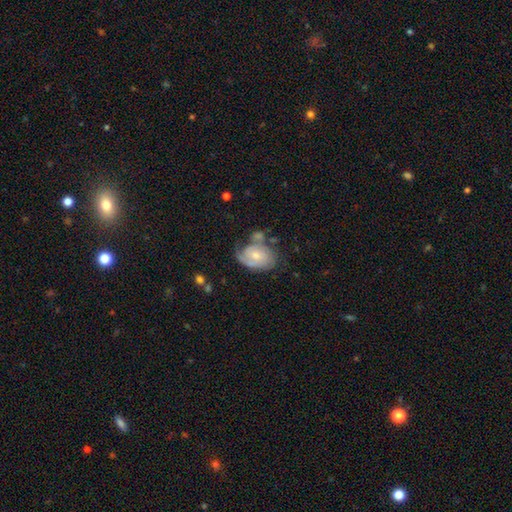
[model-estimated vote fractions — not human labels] Overall: featured or disk (62%; smooth 32%). Edge-on disk: no (96%). Bar: no (67%; weak 29%). Spiral arms: yes (83%). Bulge size: moderate (48%; small 44%). Merging: none (40%; minor disturbance 25%).